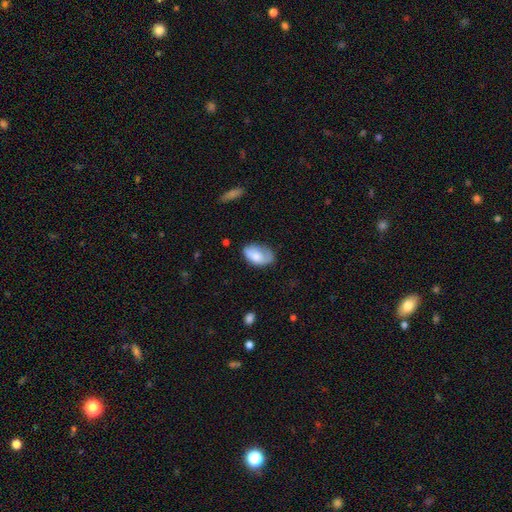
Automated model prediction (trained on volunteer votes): smooth 70%, featured or disk 23%, star or artifact 7%. Down the decision tree: how rounded — in between (92%); merging — none (50%).